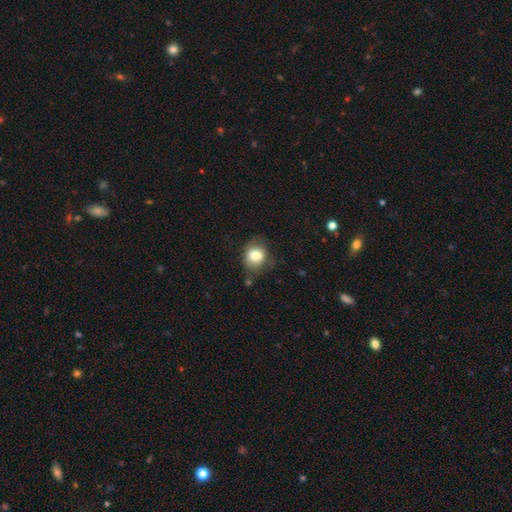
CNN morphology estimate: This appears to be a smooth galaxy with no disk features (78%) that is round (59%). Merging: none (60%).